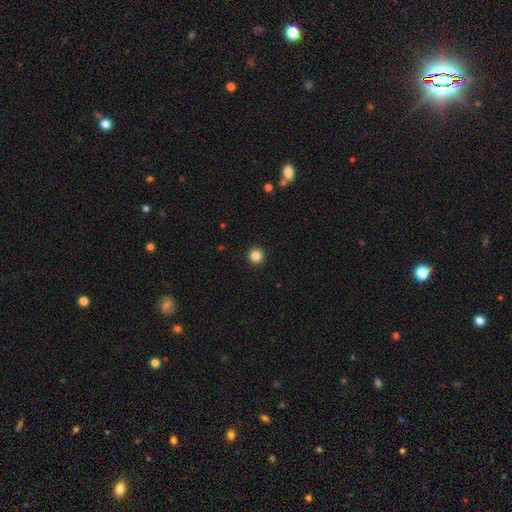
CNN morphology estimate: A smooth galaxy with no disk features (85%) that is round (96%).

Vote fractions:
- Smooth or featured? smooth: 85% / star or artifact: 11% / featured or disk: 4%
- How rounded? round: 96% / in between: 3% / cigar-shaped: 1%
- Merging? none: 94% / minor disturbance: 4% / major disturbance: 1% / merger: 1%